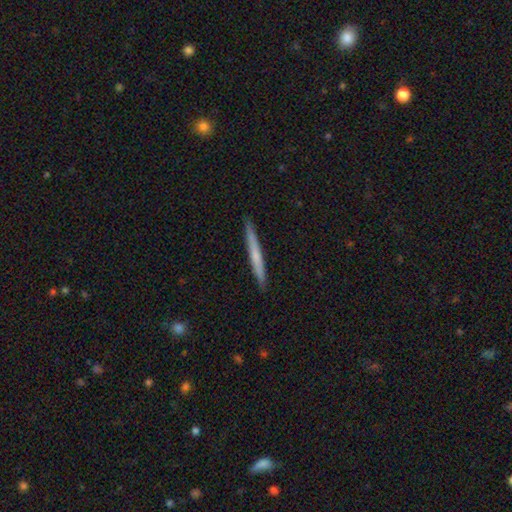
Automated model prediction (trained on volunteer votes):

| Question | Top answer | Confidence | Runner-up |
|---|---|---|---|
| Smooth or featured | smooth | 54% | featured or disk (40%) |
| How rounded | cigar-shaped | 97% | in between (2%) |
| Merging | none | 91% | minor disturbance (6%) |